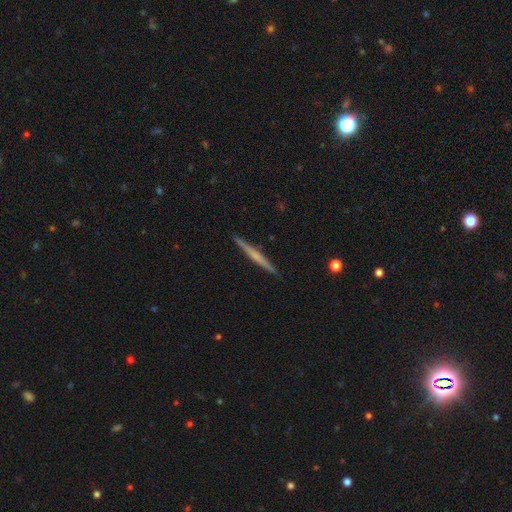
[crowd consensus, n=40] A featured or disk galaxy (50%) viewed edge-on (100%) with no central bulge (70%).

Vote fractions:
- Smooth or featured? featured or disk: 50% / smooth: 45% / star or artifact: 5%
- Edge-on disk? yes: 100% / no: 0%
- Edge-on bulge? none: 70% / rounded: 20% / boxy: 10%
- Merging? none: 95% / minor disturbance: 5% / major disturbance: 0% / merger: 0%